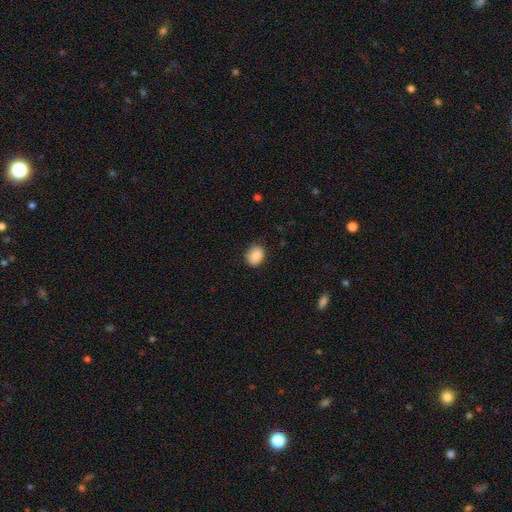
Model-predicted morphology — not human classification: Smooth or featured: smooth — 88% (star or artifact — 8%)
How rounded: in between — 58% (round — 41%)
Merging: none — 80% (minor disturbance — 16%)